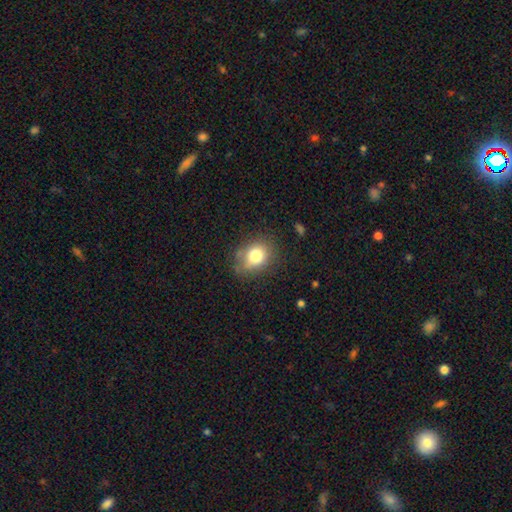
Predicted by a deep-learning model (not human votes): Morphology: type=smooth (78%); roundness=round (50%); merging=none (68%).